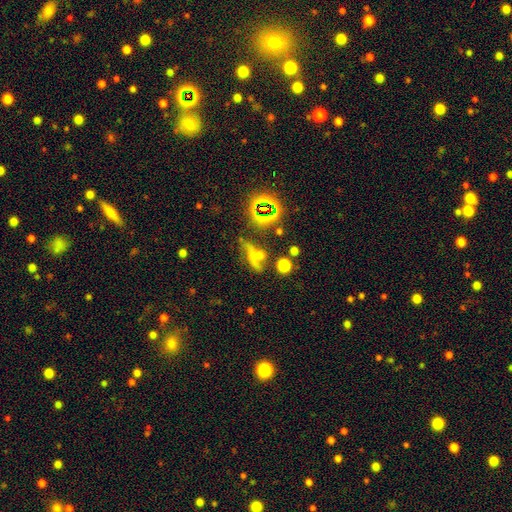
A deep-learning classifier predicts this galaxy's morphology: The model was most divided on "smooth or featured": smooth: 39%, star or artifact: 31%, featured or disk: 31%. Remaining: merging — none (38%).